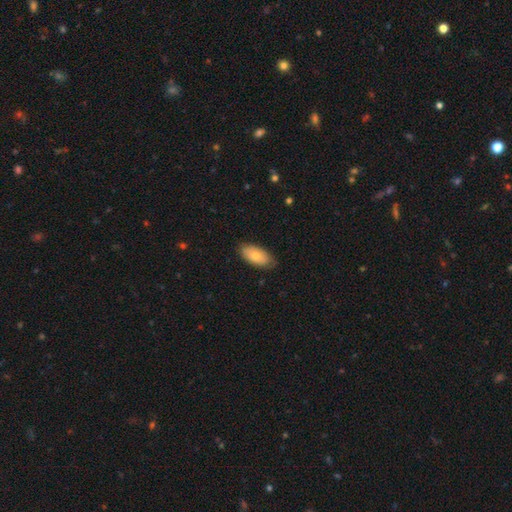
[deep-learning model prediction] Smooth or featured: smooth — 75% (featured or disk — 19%)
How rounded: in between — 94% (cigar-shaped — 4%)
Merging: none — 81% (minor disturbance — 16%)